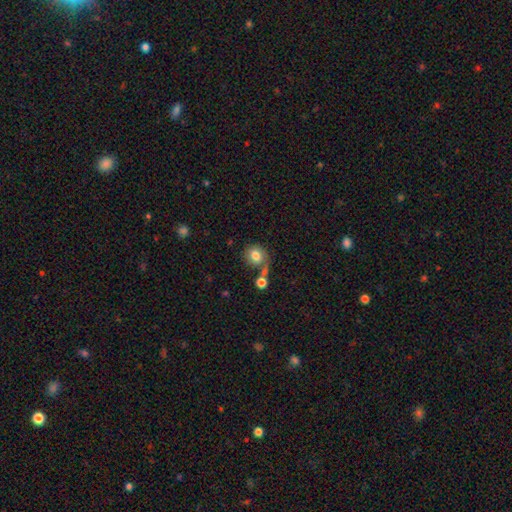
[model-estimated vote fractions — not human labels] smooth-or-featured: smooth: 80% | featured or disk: 12% | star or artifact: 9%
  how-rounded: round: 78% | in between: 21% | cigar-shaped: 1%
  merging: none: 53% | merger: 23% | minor disturbance: 16% | major disturbance: 9%